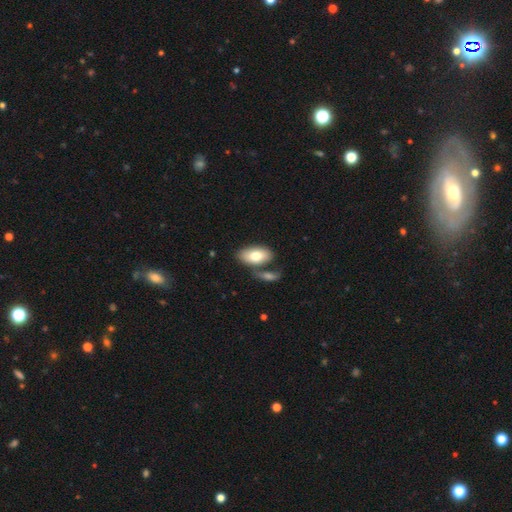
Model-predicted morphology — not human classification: Overall: smooth (78%). How rounded: in between (93%). Merging: none (60%; merger 23%).